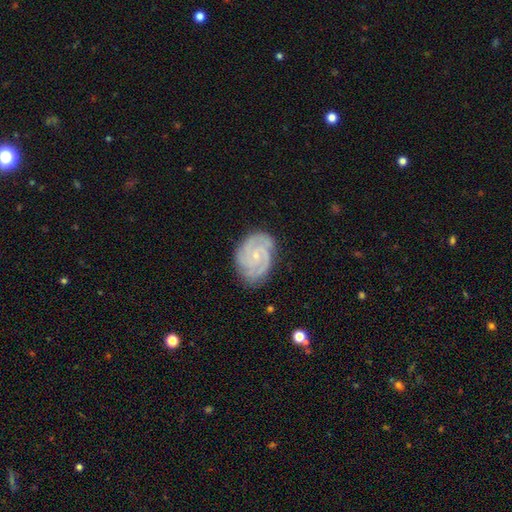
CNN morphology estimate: type=featured or disk (88%); edge-on=no (98%); bar=no (68%); spiral arms=yes (98%); winding=tight (69%); arm count=3 (46%); bulge=small (80%); merging=none (79%).